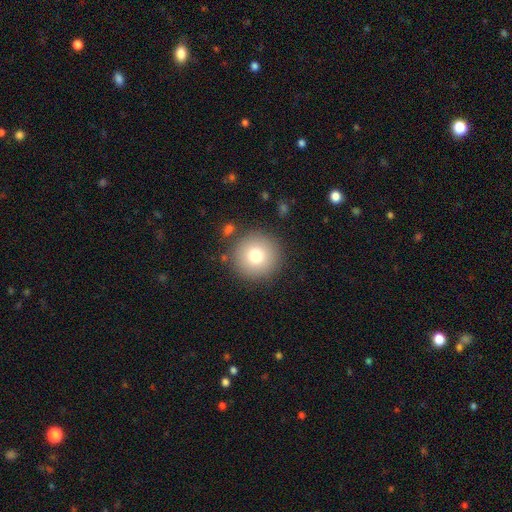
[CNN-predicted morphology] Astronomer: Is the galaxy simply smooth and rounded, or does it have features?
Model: smooth — 77%.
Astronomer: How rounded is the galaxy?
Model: round — 96%.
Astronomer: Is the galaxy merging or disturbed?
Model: none — 88%.